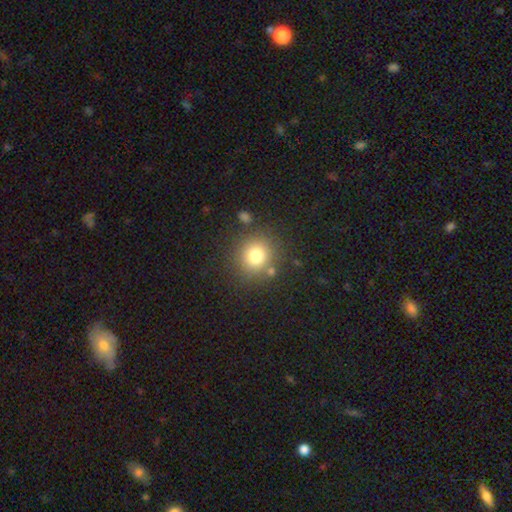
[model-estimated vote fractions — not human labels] Smooth or featured? Predicted: smooth (p=0.77). How rounded? Predicted: round (p=0.89). Merging? Predicted: none (p=0.82).